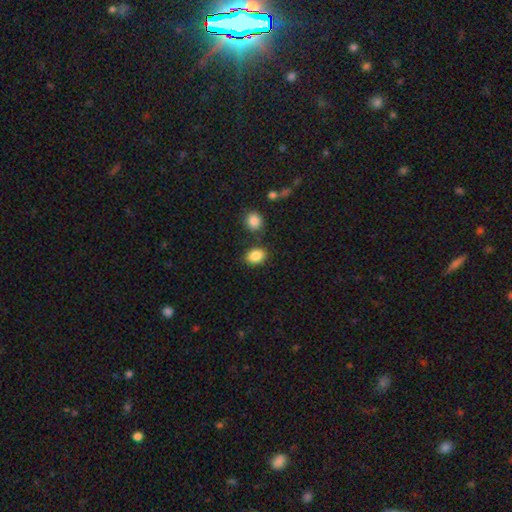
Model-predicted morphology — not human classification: The model was most divided on "how rounded": in between: 69%, round: 30%, cigar-shaped: 1%. More confident: smooth or featured — smooth (86%); merging — none (77%).